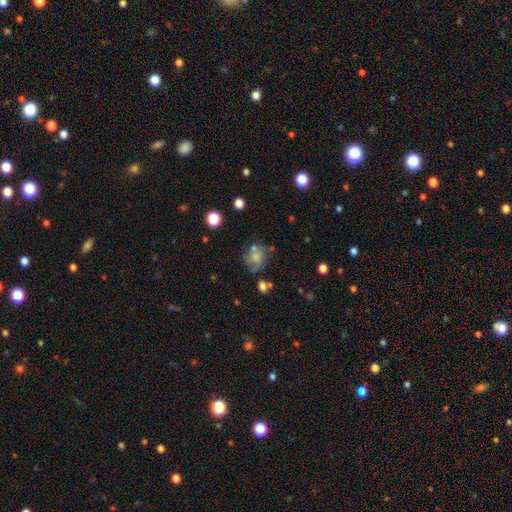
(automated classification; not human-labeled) The model was most divided on "how rounded": round: 58%, in between: 41%, cigar-shaped: 1%. Remaining: smooth or featured — smooth (61%); merging — none (47%).